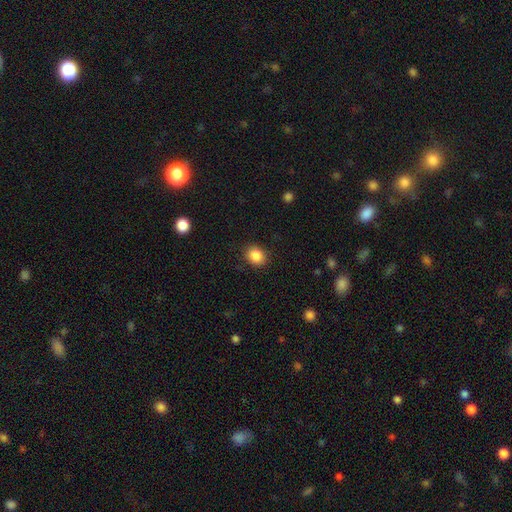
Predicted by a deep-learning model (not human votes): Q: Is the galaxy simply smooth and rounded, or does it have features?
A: smooth — 87%.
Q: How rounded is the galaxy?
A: round — 57%.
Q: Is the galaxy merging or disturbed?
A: none — 87%.